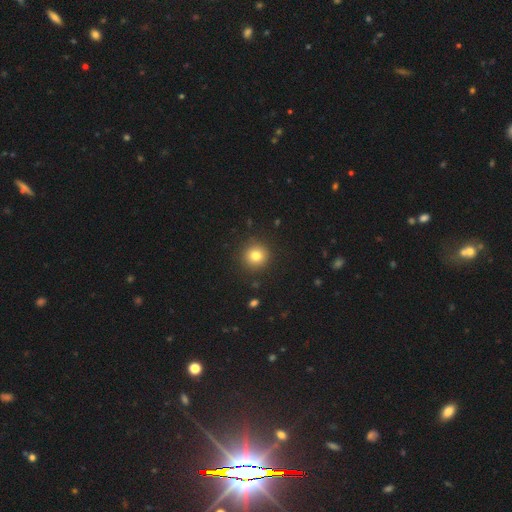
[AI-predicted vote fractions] Smooth or featured: smooth — 81% (star or artifact — 12%)
How rounded: round — 94% (in between — 5%)
Merging: none — 91% (minor disturbance — 6%)